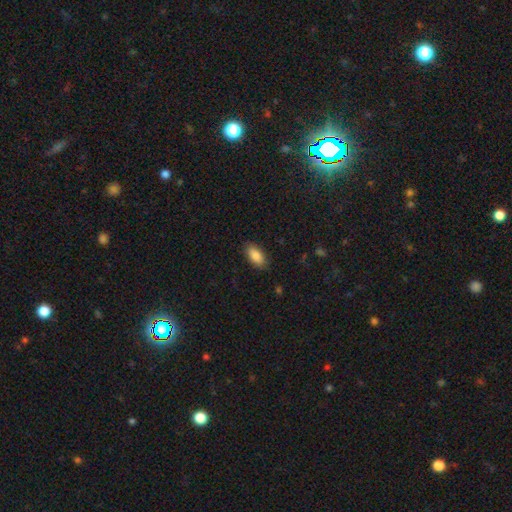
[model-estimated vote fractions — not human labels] The model was most divided on "merging": none: 86%, minor disturbance: 11%, major disturbance: 3%, merger: 1%. More confident: how rounded — in between (91%); smooth or featured — smooth (87%).